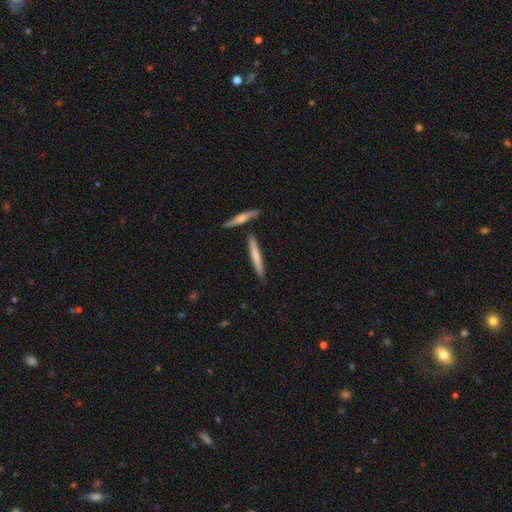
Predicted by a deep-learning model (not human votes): Smooth or featured? Predicted: smooth (p=0.58). How rounded? Predicted: cigar-shaped (p=0.94). Merging? Predicted: none (p=0.80).